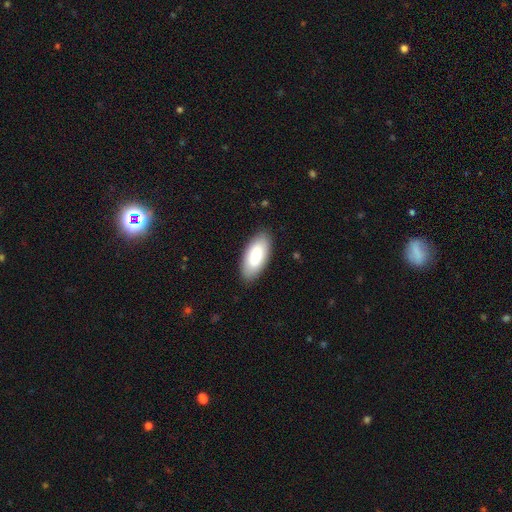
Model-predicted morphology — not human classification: Overall: smooth (84%). How rounded: in between (89%). Merging: none (87%).